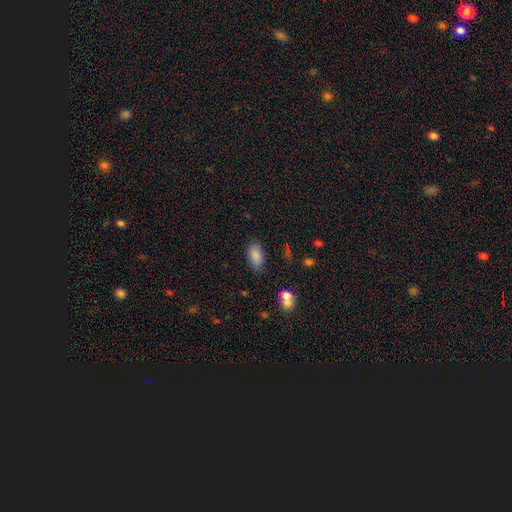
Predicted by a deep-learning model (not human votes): smooth-or-featured: smooth: 86% | star or artifact: 8% | featured or disk: 5%
  how-rounded: in between: 91% | cigar-shaped: 6% | round: 3%
  merging: none: 80% | minor disturbance: 13% | major disturbance: 4% | merger: 3%